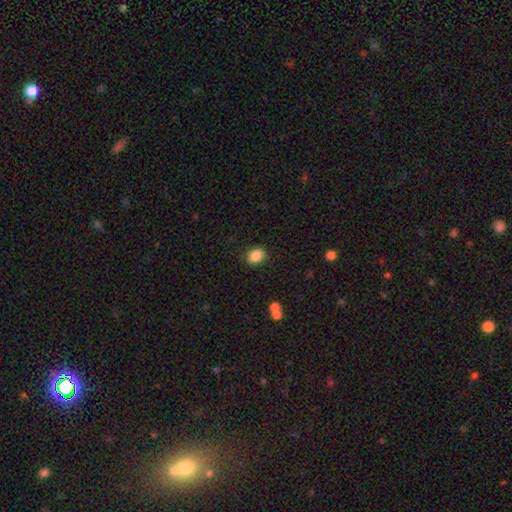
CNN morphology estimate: A smooth galaxy with no disk features (87%) that is in between round and cigar-shaped (65%). Merging: none (85%).